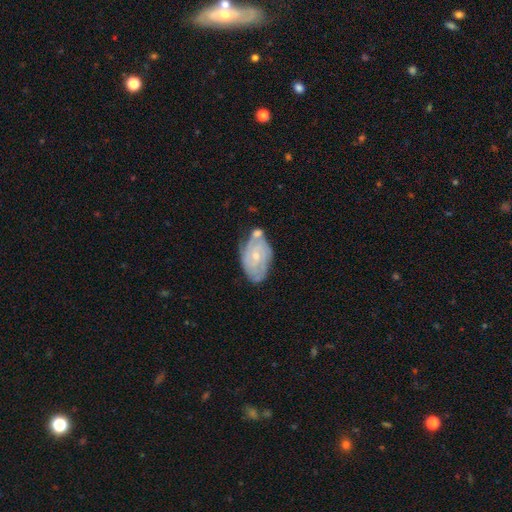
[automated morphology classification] Overall: featured or disk (71%). Edge-on disk: no (96%). Bar: no (66%; weak 30%). Spiral arms: yes (86%). Spiral arm count: can't tell (44%; 2 22%). Spiral winding: tight (61%; medium 30%). Bulge size: small (64%; moderate 31%). Merging: none (48%; minor disturbance 25%).